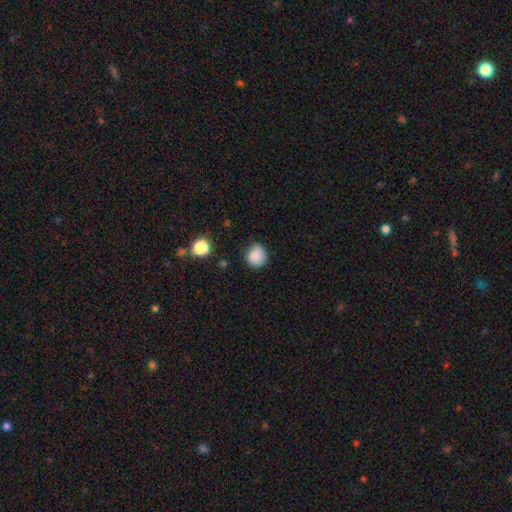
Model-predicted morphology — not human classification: A smooth galaxy with no disk features (85%) that is round (83%).

Vote fractions:
- Smooth or featured? smooth: 85% / star or artifact: 10% / featured or disk: 6%
- How rounded? round: 83% / in between: 16% / cigar-shaped: 1%
- Merging? none: 69% / minor disturbance: 24% / major disturbance: 5% / merger: 2%